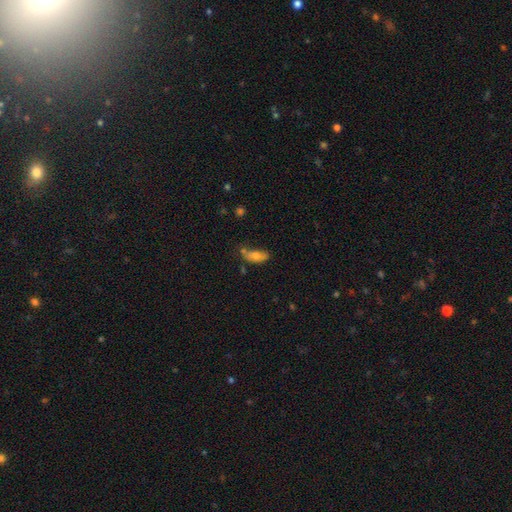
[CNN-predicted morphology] smooth-or-featured: smooth: 66% | featured or disk: 24% | star or artifact: 10%
  how-rounded: in between: 71% | cigar-shaped: 25% | round: 4%
  merging: none: 40% | minor disturbance: 31% | major disturbance: 16% | merger: 14%